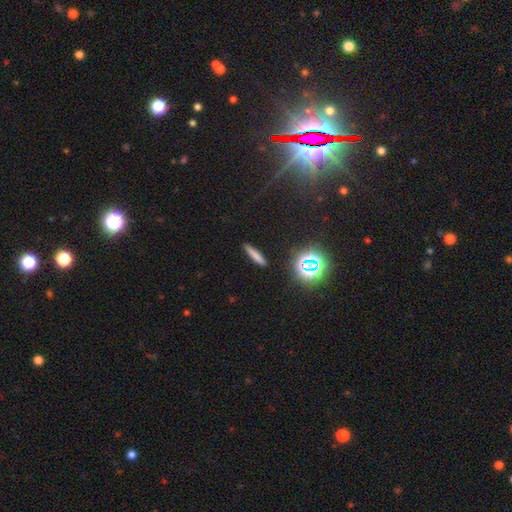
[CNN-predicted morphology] Smooth or featured? Predicted: smooth (p=0.71). How rounded? Predicted: cigar-shaped (p=0.90). Merging? Predicted: none (p=0.89).